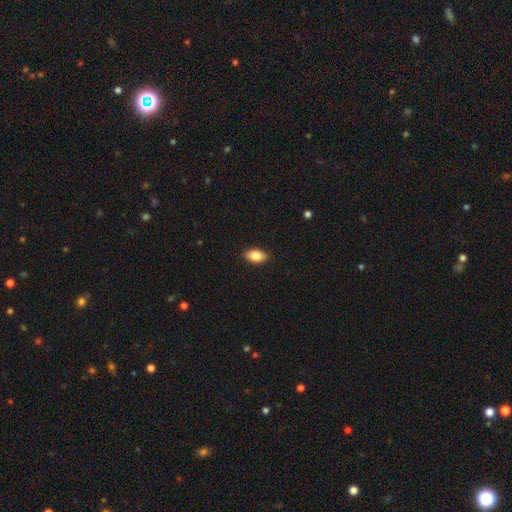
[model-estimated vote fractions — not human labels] Q: Smooth or featured?
A: smooth (86%); runner-up: star or artifact (8%)
Q: How rounded?
A: in between (91%); runner-up: round (7%)
Q: Merging?
A: none (89%); runner-up: minor disturbance (8%)